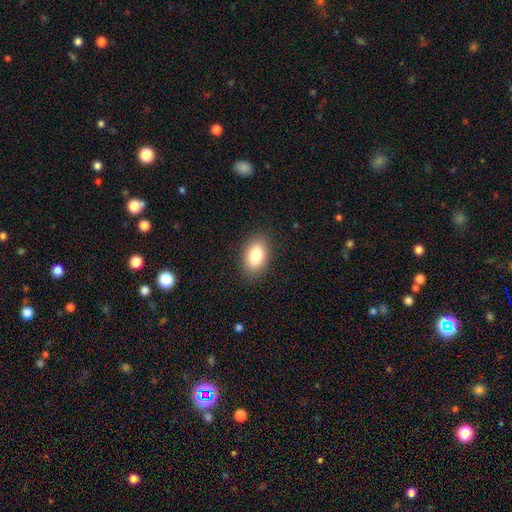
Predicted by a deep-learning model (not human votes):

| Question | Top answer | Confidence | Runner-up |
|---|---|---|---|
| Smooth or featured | smooth | 84% | featured or disk (8%) |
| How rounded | in between | 90% | round (8%) |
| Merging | none | 88% | minor disturbance (9%) |